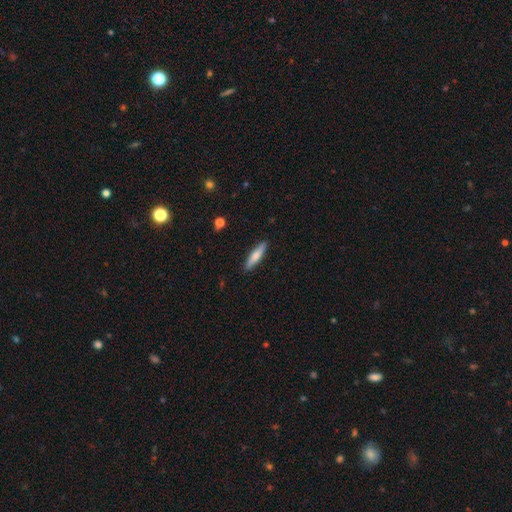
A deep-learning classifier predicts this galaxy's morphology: A smooth galaxy with no disk features (69%) that is cigar-shaped (80%). Merging: none (90%).